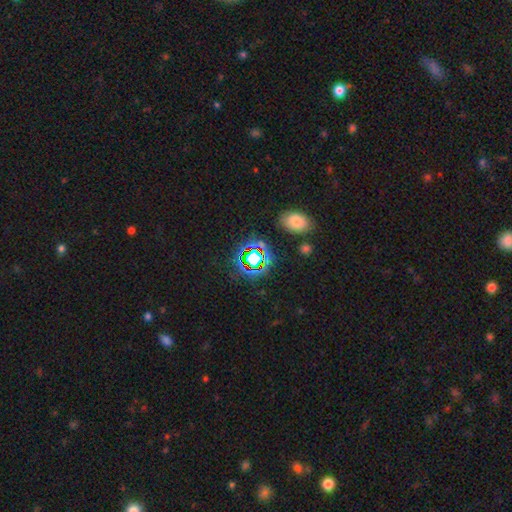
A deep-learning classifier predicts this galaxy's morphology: type=star or artifact (70%).